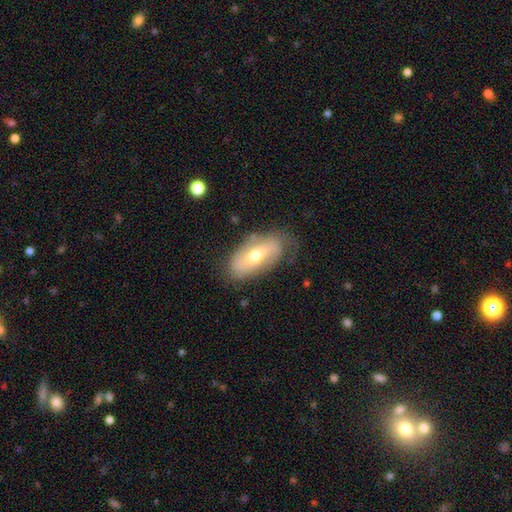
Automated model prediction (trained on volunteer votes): Morphology: type=featured or disk (47%); merging=none (66%).